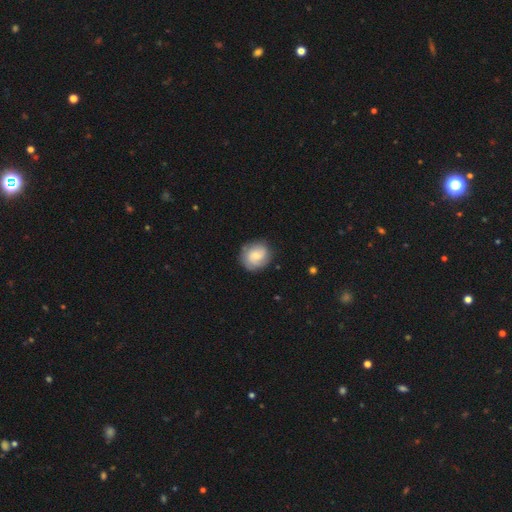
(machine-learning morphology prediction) Overall: smooth (53%; featured or disk 40%). How rounded: round (79%). Merging: none (80%).